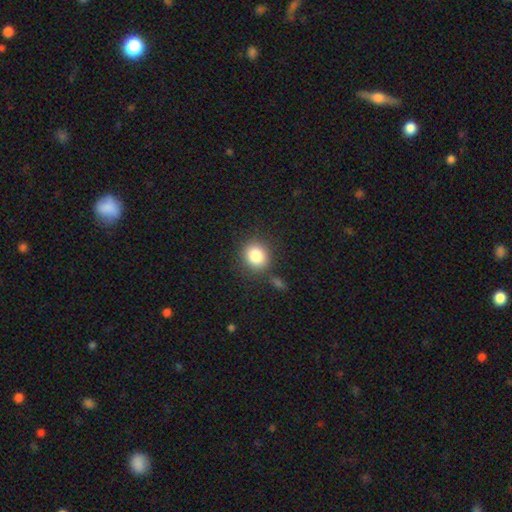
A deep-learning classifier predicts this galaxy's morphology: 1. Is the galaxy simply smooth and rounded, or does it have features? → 84% smooth, 10% star or artifact, 6% featured or disk.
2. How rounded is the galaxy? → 77% round, 22% in between, 1% cigar-shaped.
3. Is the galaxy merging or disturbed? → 81% none, 10% minor disturbance, 5% merger, 4% major disturbance.